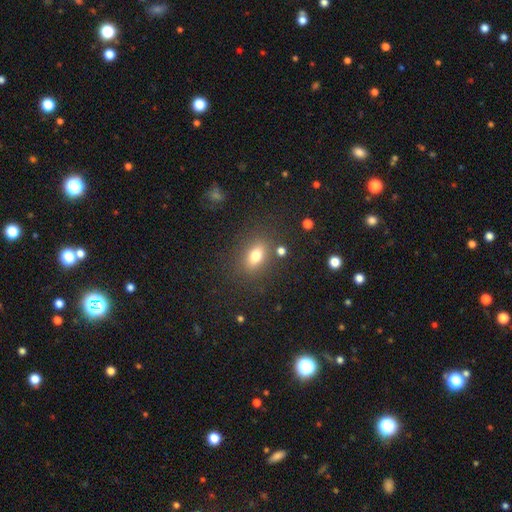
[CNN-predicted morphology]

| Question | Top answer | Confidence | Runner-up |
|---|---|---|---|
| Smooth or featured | smooth | 73% | featured or disk (14%) |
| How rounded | in between | 74% | round (20%) |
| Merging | none | 80% | minor disturbance (12%) |